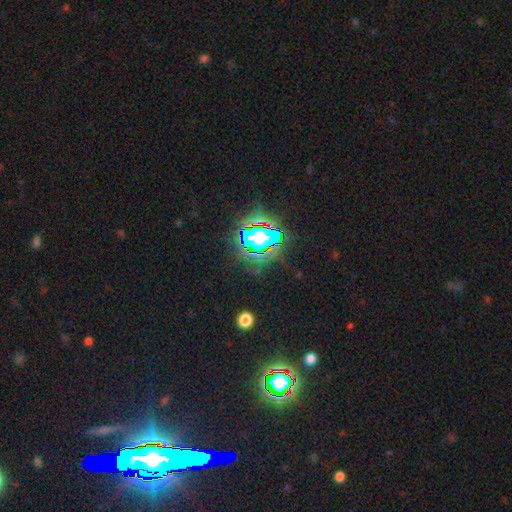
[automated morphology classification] Smooth or featured? Predicted: star or artifact (p=0.84).